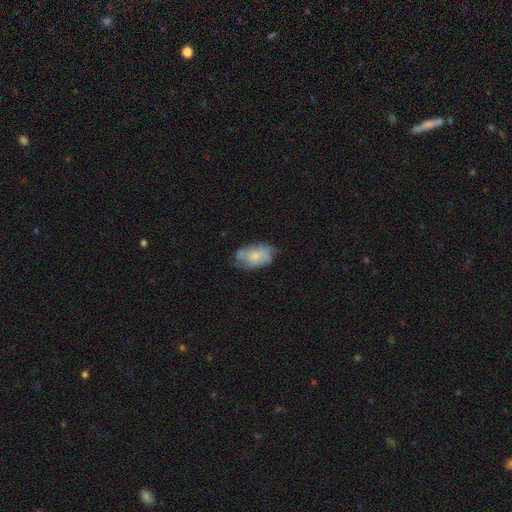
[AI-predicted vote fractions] Morphology: type=smooth (55%); roundness=in between (91%); merging=none (51%).